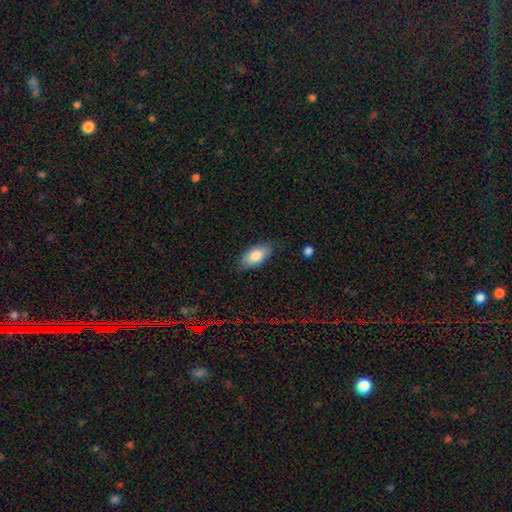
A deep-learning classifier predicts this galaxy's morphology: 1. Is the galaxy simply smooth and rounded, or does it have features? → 81% smooth, 13% featured or disk, 6% star or artifact.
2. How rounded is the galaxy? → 92% in between, 5% cigar-shaped, 3% round.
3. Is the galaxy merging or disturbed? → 79% none, 17% minor disturbance, 3% major disturbance, 1% merger.